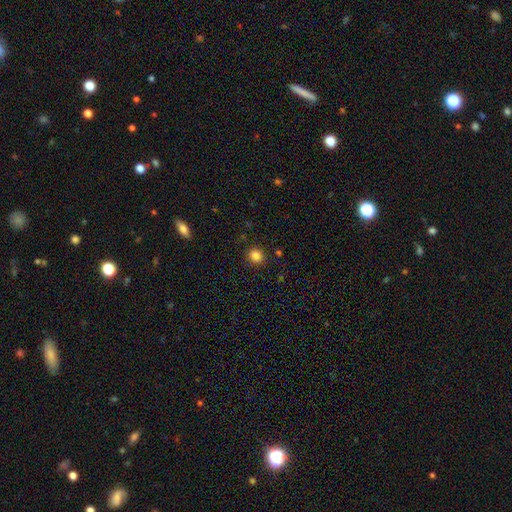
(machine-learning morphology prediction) This is clearly a smooth galaxy (84%). How rounded: clearly round (82%). Merging: clearly none (88%).